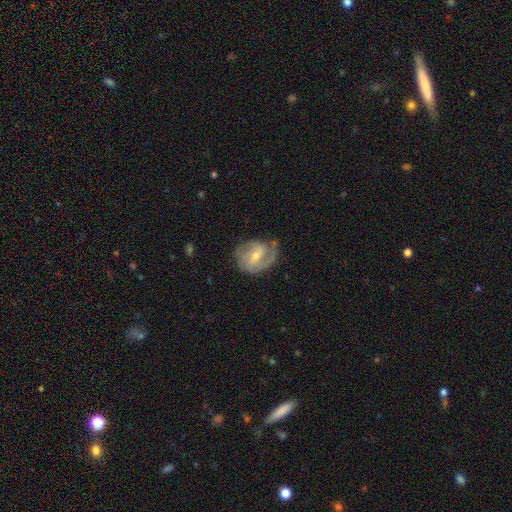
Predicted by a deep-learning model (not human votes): featured or disk 80%, smooth 14%, star or artifact 6%. Down the decision tree: edge-on disk — no (97%); bar — weak (52%); spiral arms — yes (92%); spiral arm count — 2 (60%); spiral winding — medium (44%); bulge size — small (51%); merging — none (62%).